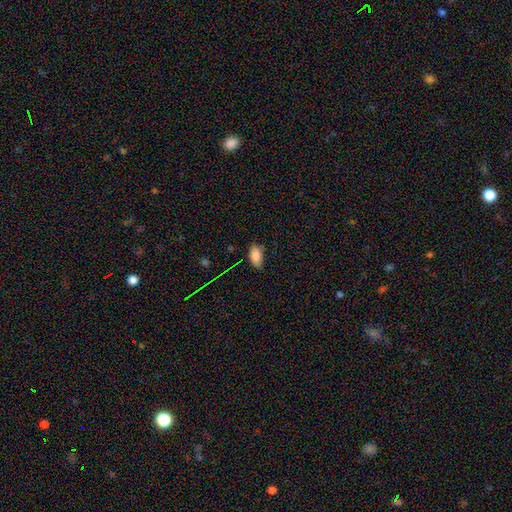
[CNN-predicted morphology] Smooth or featured?
  - smooth: 85% *
  - star or artifact: 9%
  - featured or disk: 6%
How rounded?
  - in between: 93% *
  - round: 4%
  - cigar-shaped: 3%
Merging?
  - none: 76% *
  - minor disturbance: 20%
  - major disturbance: 3%
  - merger: 1%